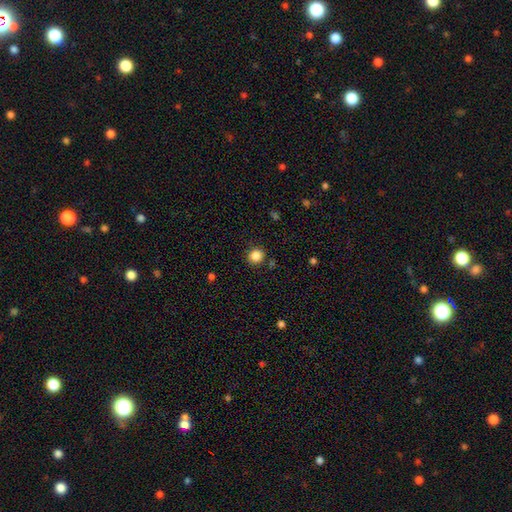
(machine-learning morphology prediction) smooth 85%, star or artifact 11%, featured or disk 4%. Down the decision tree: how rounded — round (91%); merging — none (89%).